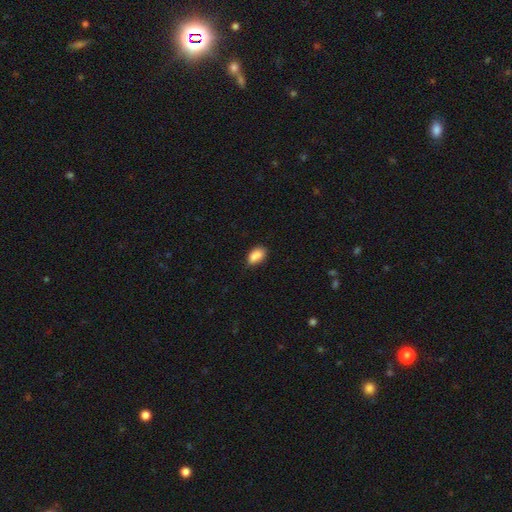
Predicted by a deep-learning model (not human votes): A smooth galaxy with no disk features (86%) that is in between round and cigar-shaped (89%).

Vote fractions:
- Smooth or featured? smooth: 86% / star or artifact: 8% / featured or disk: 5%
- How rounded? in between: 89% / round: 8% / cigar-shaped: 3%
- Merging? none: 63% / minor disturbance: 29% / major disturbance: 5% / merger: 3%